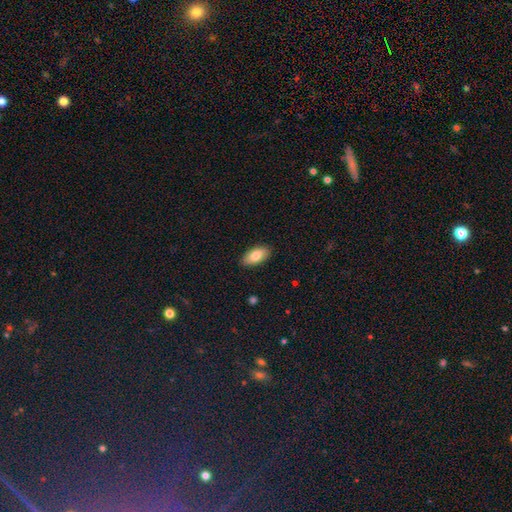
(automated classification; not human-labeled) A smooth galaxy with no disk features (81%) that is in between round and cigar-shaped (92%). Merging: none (87%).